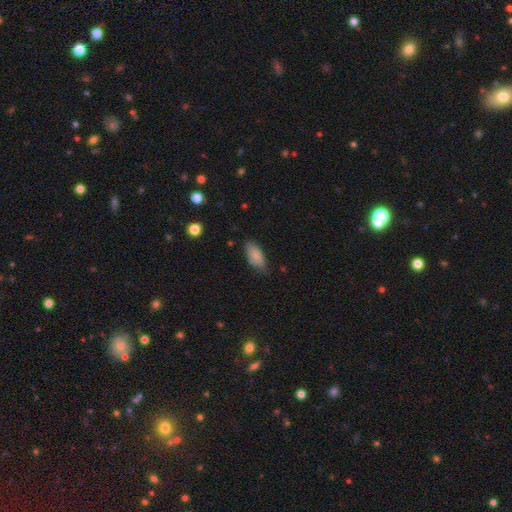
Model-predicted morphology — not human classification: type=smooth (81%); roundness=in between (84%); merging=none (67%).